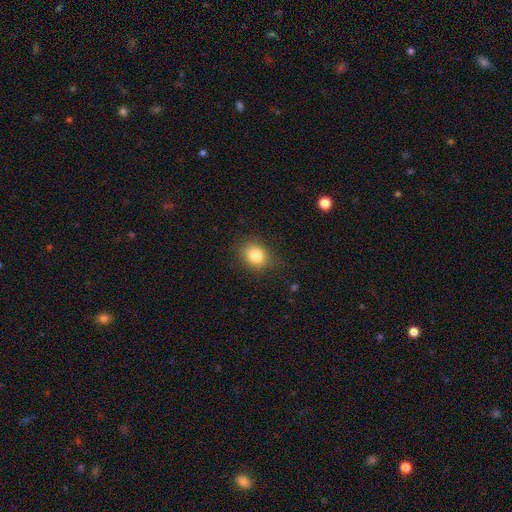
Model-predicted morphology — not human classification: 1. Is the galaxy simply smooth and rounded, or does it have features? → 82% smooth, 10% star or artifact, 7% featured or disk.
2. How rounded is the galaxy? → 51% round, 48% in between, 1% cigar-shaped.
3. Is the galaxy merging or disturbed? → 81% none, 14% minor disturbance, 4% major disturbance, 1% merger.